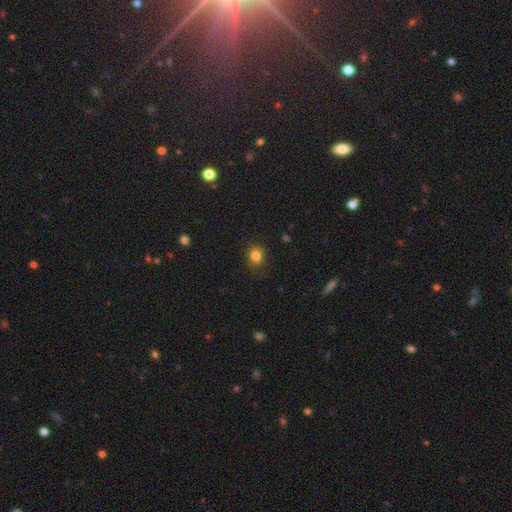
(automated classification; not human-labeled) A smooth galaxy with no disk features (82%) that is round (71%). Merging: none (81%).